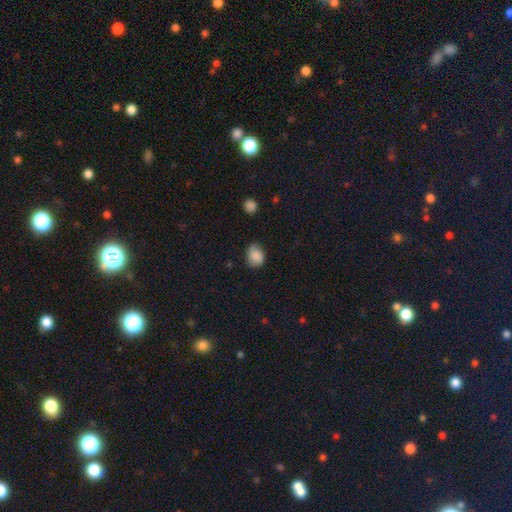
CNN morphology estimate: A smooth galaxy with no disk features (84%) that is in between round and cigar-shaped (54%). Merging: none (61%).